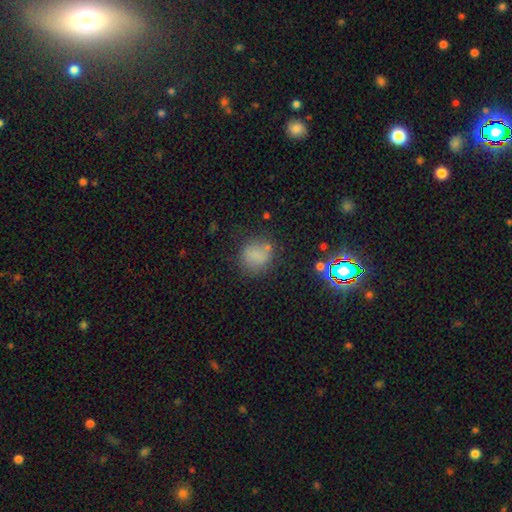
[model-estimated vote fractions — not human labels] A smooth galaxy with no disk features (73%) that is round (77%). Merging: none (66%).